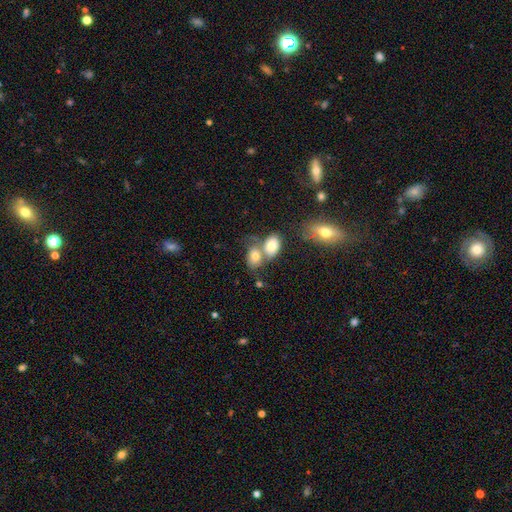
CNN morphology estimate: This appears to be a smooth galaxy with no disk features (67%) that is in between round and cigar-shaped (79%). Merging: merger (52%).